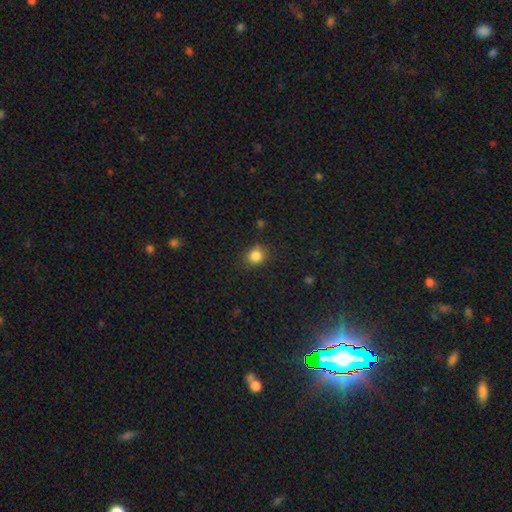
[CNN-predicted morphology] Smooth or featured: smooth — 85% (star or artifact — 11%)
How rounded: round — 75% (in between — 24%)
Merging: none — 83% (minor disturbance — 12%)